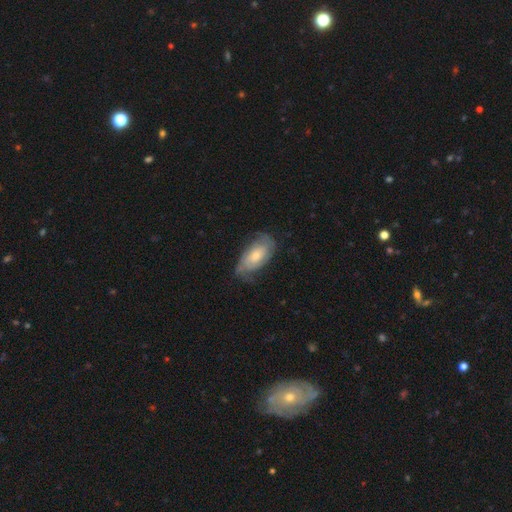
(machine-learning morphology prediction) Overall: featured or disk (60%; smooth 34%). Edge-on disk: no (93%). Bar: no (70%). Spiral arms: yes (83%). Bulge size: small (50%; moderate 43%). Merging: none (58%; minor disturbance 28%).